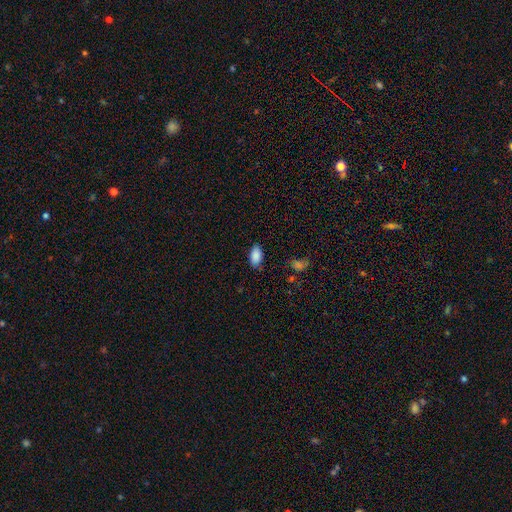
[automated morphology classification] Smooth or featured? smooth (88%)
How rounded? in between (94%)
Merging? none (83%)